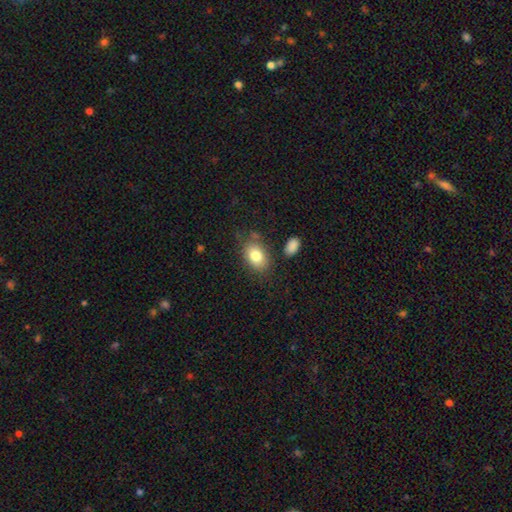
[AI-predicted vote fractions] This appears to be a smooth galaxy with no disk features (81%) that is in between round and cigar-shaped (79%). Merging: none (72%).